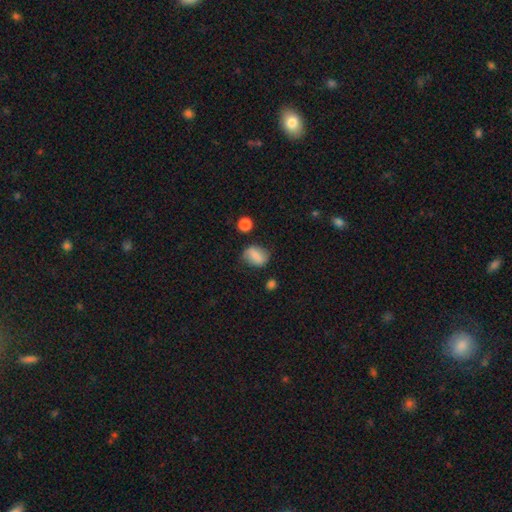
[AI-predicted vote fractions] Overall: smooth (74%). How rounded: in between (70%). Merging: none (71%).